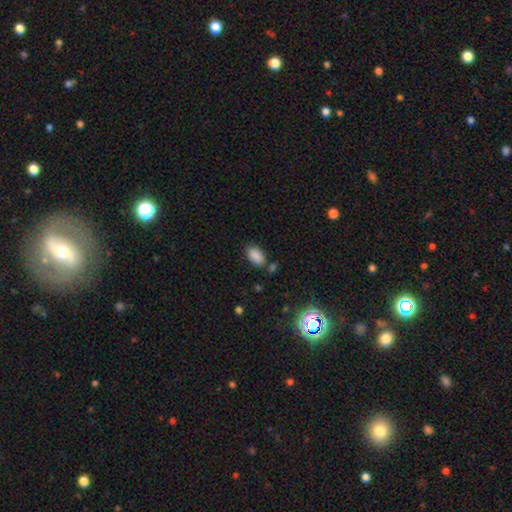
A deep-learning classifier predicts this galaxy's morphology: smooth_or_featured: smooth (p=0.87) [alt: star or artifact p=0.09]
how_rounded: in between (p=0.93) [alt: round p=0.04]
merging: none (p=0.74) [alt: minor disturbance p=0.15]